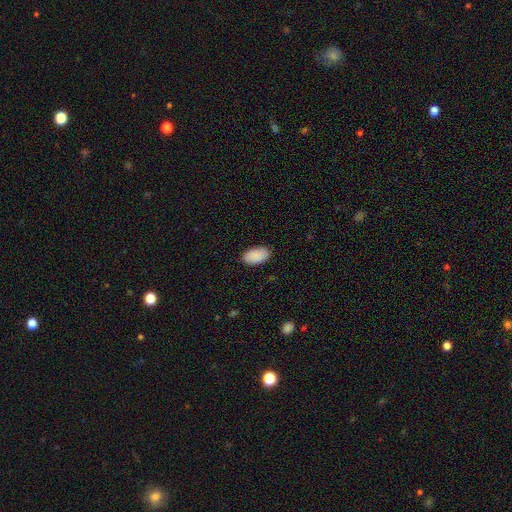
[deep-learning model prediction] Overall: smooth (90%). How rounded: in between (95%). Merging: none (88%).